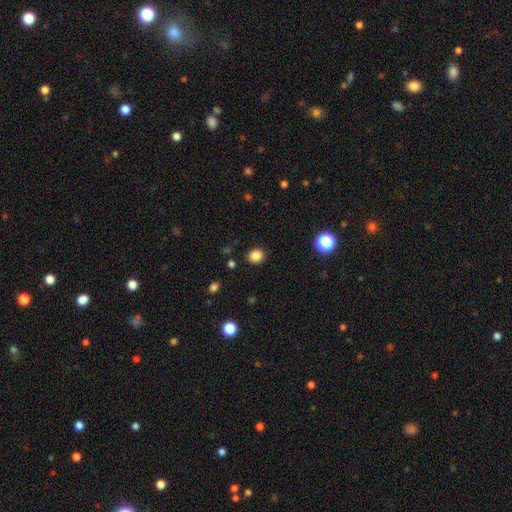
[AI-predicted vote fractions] A smooth galaxy with no disk features (85%) that is round (78%). Merging: none (89%).